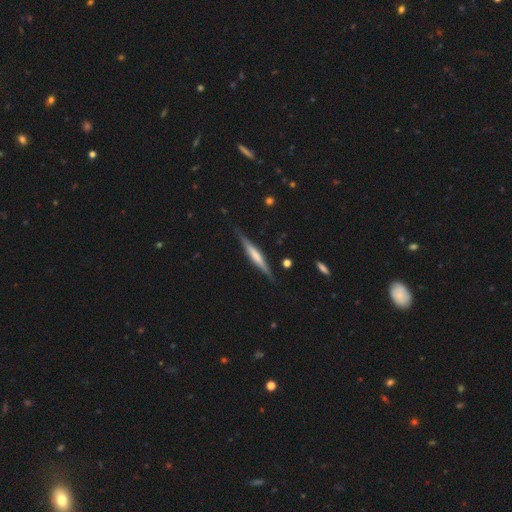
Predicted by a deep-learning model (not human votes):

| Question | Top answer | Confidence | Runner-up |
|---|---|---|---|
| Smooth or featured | featured or disk | 57% | smooth (37%) |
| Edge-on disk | yes | 96% | no (4%) |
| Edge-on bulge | none | 38% | rounded (31%) |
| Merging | none | 85% | minor disturbance (11%) |